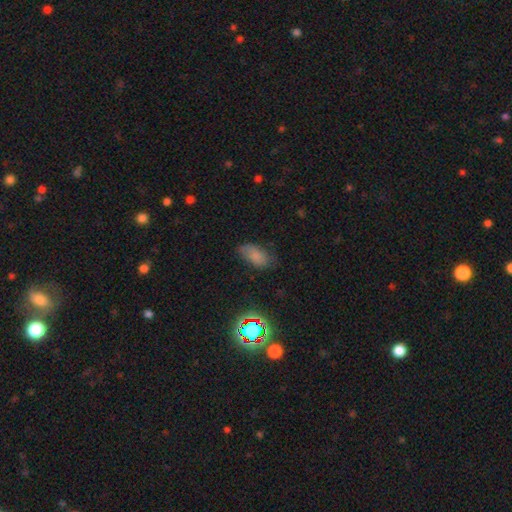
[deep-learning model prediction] Smooth or featured: smooth — 71% (star or artifact — 15%)
How rounded: in between — 91% (round — 5%)
Merging: none — 66% (minor disturbance — 25%)